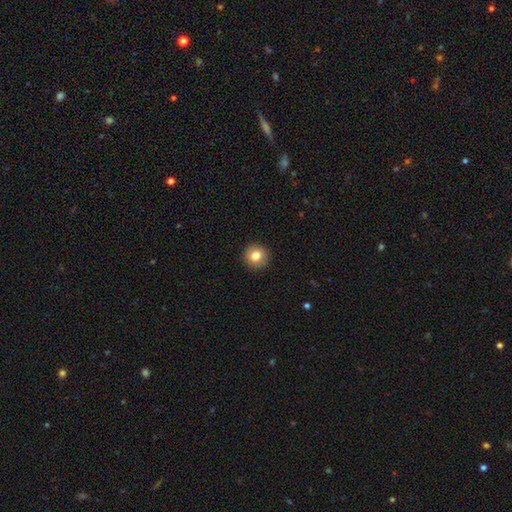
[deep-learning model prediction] smooth-or-featured: smooth: 82% | star or artifact: 9% | featured or disk: 9%
  how-rounded: round: 94% | in between: 5% | cigar-shaped: 1%
  merging: none: 92% | minor disturbance: 5% | major disturbance: 2% | merger: 1%